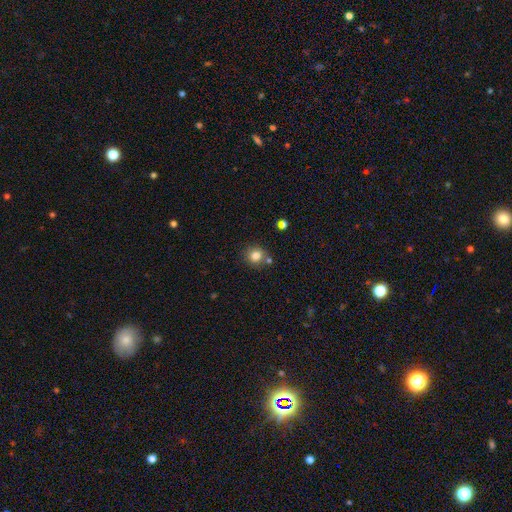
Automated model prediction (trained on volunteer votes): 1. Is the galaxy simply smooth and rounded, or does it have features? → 82% smooth, 12% star or artifact, 7% featured or disk.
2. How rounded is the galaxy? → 88% round, 11% in between, 1% cigar-shaped.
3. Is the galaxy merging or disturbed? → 76% none, 12% merger, 10% minor disturbance, 3% major disturbance.